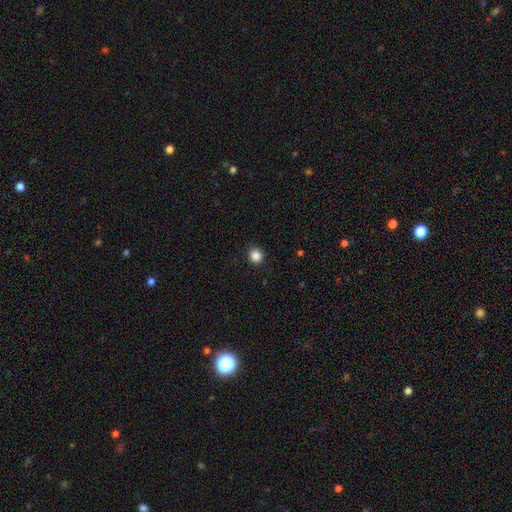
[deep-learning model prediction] smooth-or-featured: smooth: 86% | star or artifact: 11% | featured or disk: 3%
  how-rounded: round: 85% | in between: 14% | cigar-shaped: 1%
  merging: none: 90% | minor disturbance: 7% | major disturbance: 2% | merger: 1%